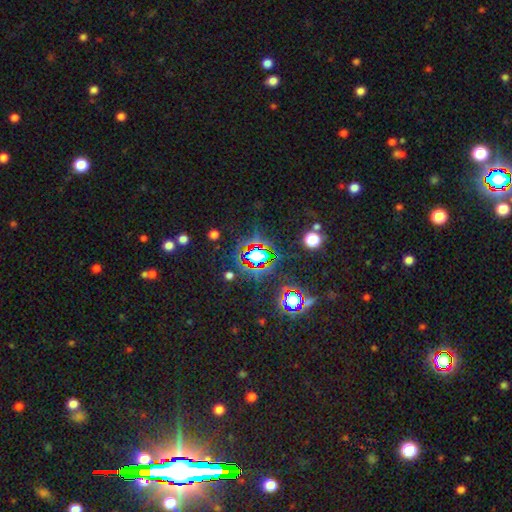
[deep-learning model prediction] The model was most divided on "smooth or featured": star or artifact: 71%, smooth: 17%, featured or disk: 12%.